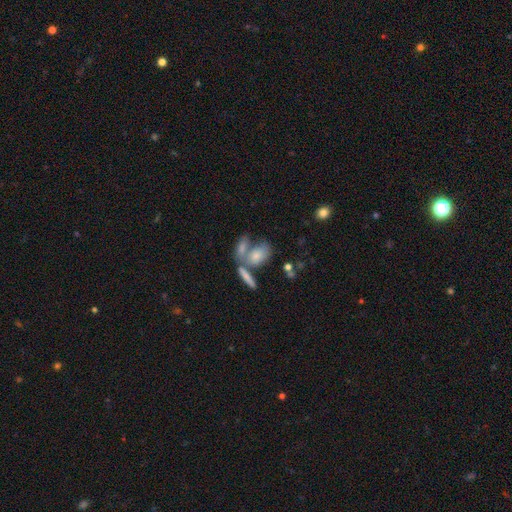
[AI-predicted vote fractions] Overall: smooth (57%; featured or disk 30%). How rounded: in between (66%). Merging: merger (45%; none 37%).